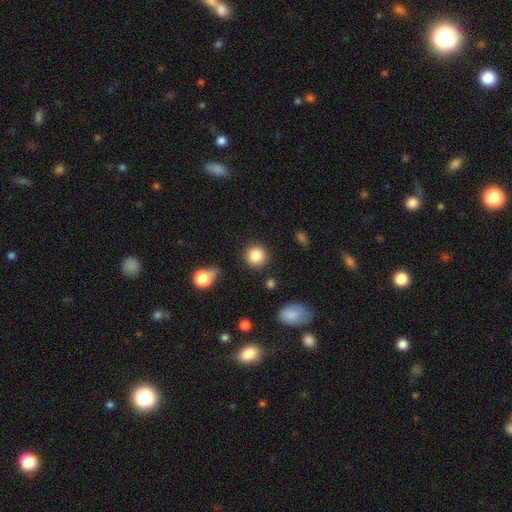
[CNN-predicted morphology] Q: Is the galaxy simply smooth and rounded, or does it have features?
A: smooth — 86%.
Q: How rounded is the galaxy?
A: round — 93%.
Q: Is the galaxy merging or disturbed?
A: none — 88%.